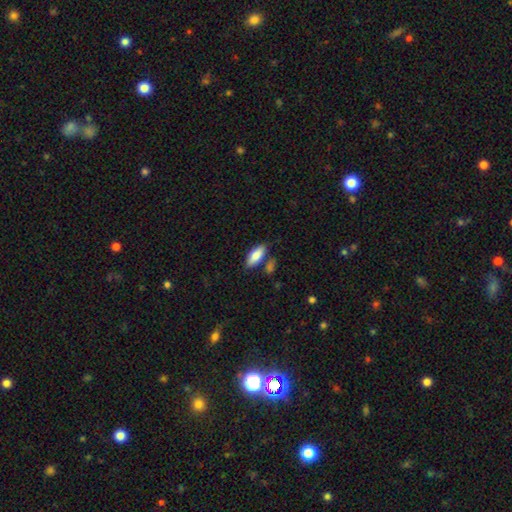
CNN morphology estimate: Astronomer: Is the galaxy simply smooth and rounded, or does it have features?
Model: smooth — 80%.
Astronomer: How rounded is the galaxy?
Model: in between — 81%.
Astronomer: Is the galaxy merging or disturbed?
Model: none — 72%.